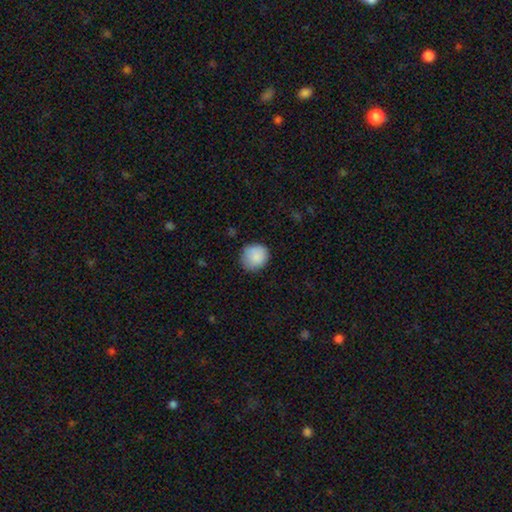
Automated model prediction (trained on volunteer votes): smooth-or-featured: smooth: 88% | star or artifact: 8% | featured or disk: 5%
  how-rounded: round: 86% | in between: 13% | cigar-shaped: 1%
  merging: none: 77% | minor disturbance: 18% | major disturbance: 3% | merger: 1%